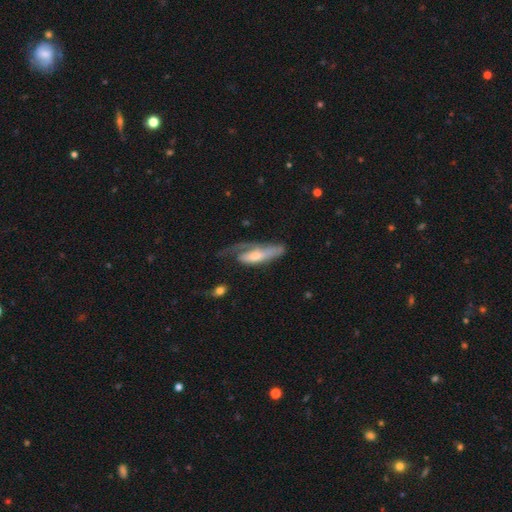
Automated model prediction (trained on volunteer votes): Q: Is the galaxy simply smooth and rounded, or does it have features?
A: featured or disk — 59%.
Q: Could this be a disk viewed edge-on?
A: no — 72%.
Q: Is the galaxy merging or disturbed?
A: major disturbance — 43%.